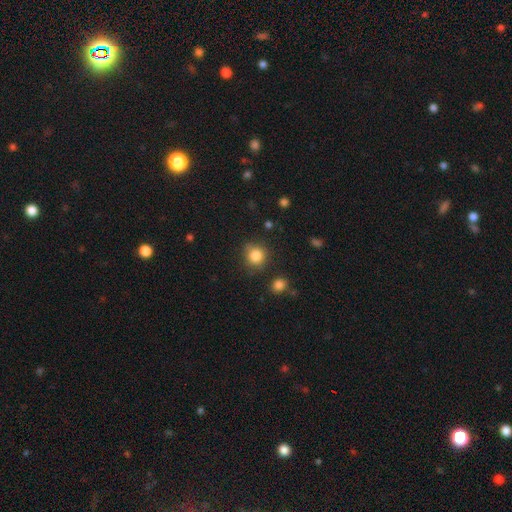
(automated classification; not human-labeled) Smooth or featured?
  - smooth: 84% *
  - star or artifact: 11%
  - featured or disk: 5%
How rounded?
  - round: 88% *
  - in between: 11%
  - cigar-shaped: 1%
Merging?
  - none: 79% *
  - minor disturbance: 14%
  - major disturbance: 4%
  - merger: 4%